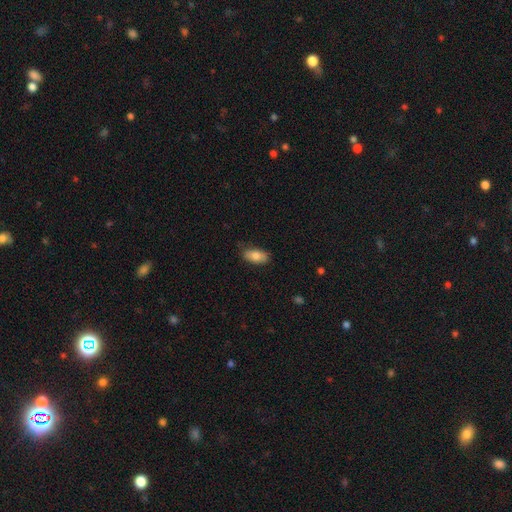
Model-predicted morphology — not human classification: Smooth or featured? smooth (80%)
How rounded? in between (91%)
Merging? none (78%)